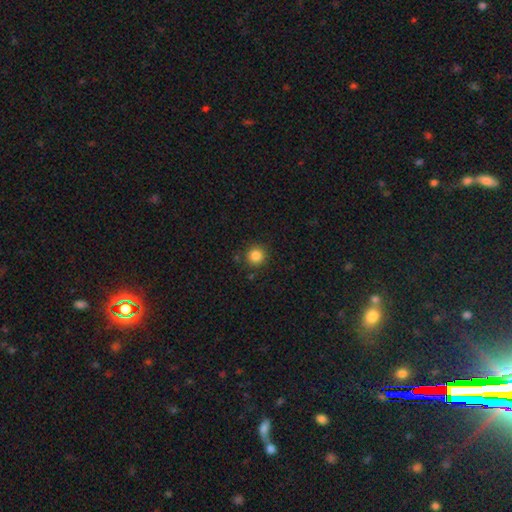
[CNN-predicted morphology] smooth 85%, star or artifact 11%, featured or disk 4%. Down the decision tree: how rounded — round (95%); merging — none (88%).